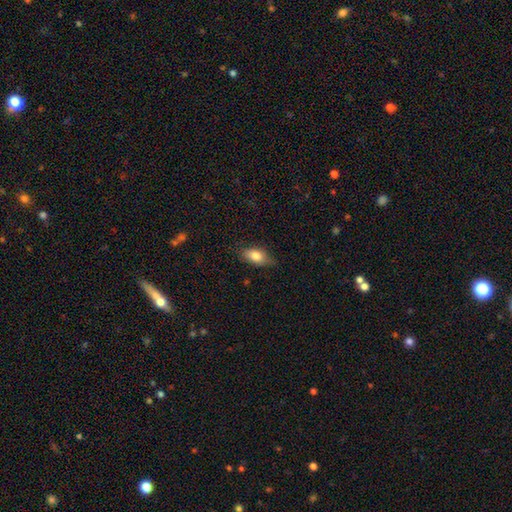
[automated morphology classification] Smooth or featured: smooth — 80% (featured or disk — 13%)
How rounded: in between — 87% (round — 7%)
Merging: none — 73% (minor disturbance — 22%)